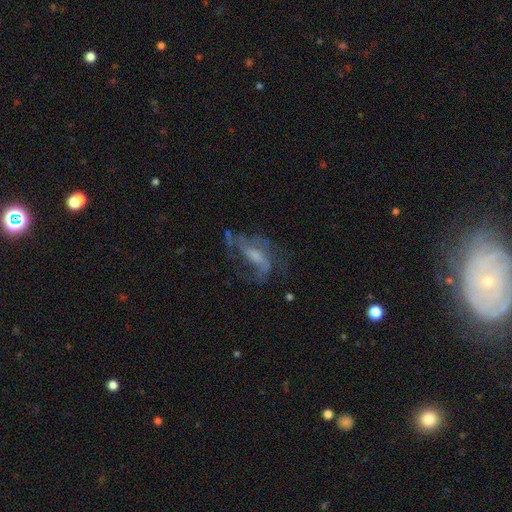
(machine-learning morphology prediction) Q: Smooth or featured?
A: featured or disk (71%); runner-up: smooth (19%)
Q: Edge-on disk?
A: no (92%); runner-up: yes (8%)
Q: Bar?
A: weak (43%); runner-up: no (38%)
Q: Spiral arms?
A: yes (79%); runner-up: no (21%)
Q: Spiral winding?
A: loose (43%); runner-up: medium (42%)
Q: Spiral arm count?
A: 2 (47%); runner-up: can't tell (25%)
Q: Bulge size?
A: moderate (36%); runner-up: small (33%)
Q: Merging?
A: none (45%); runner-up: major disturbance (31%)